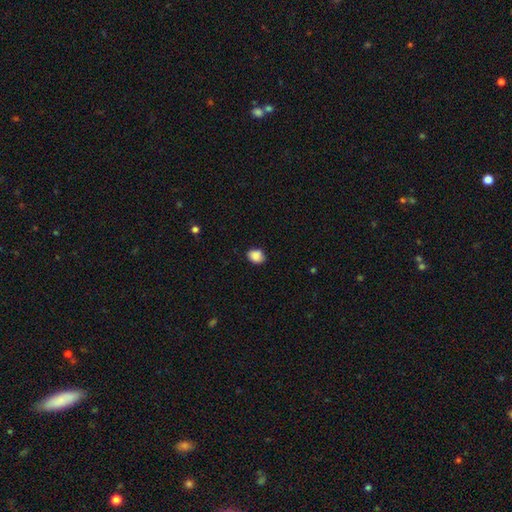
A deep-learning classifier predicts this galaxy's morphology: smooth 88%, star or artifact 8%, featured or disk 4%. Down the decision tree: how rounded — in between (57%); merging — none (78%).